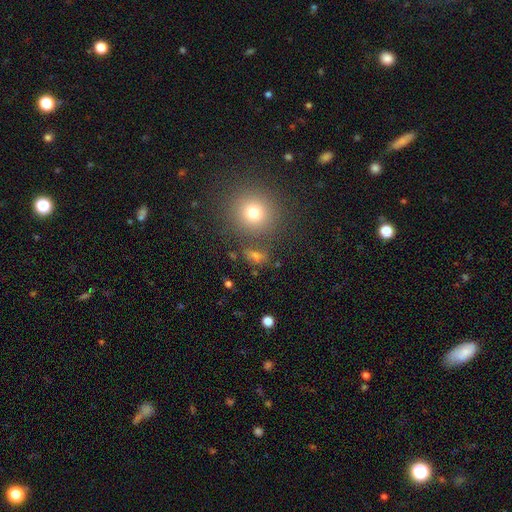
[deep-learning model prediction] Overall: smooth (56%; star or artifact 30%). How rounded: round (52%; in between 43%). Merging: none (72%).